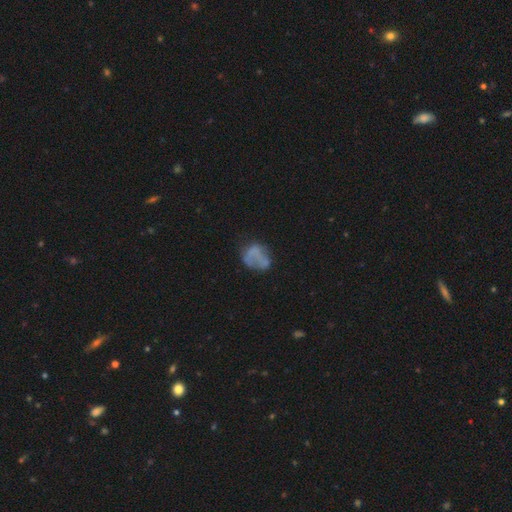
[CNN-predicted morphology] smooth_or_featured: smooth (p=0.51) [alt: featured or disk p=0.36]
how_rounded: round (p=0.58) [alt: in between p=0.40]
merging: none (p=0.44) [alt: minor disturbance p=0.25]